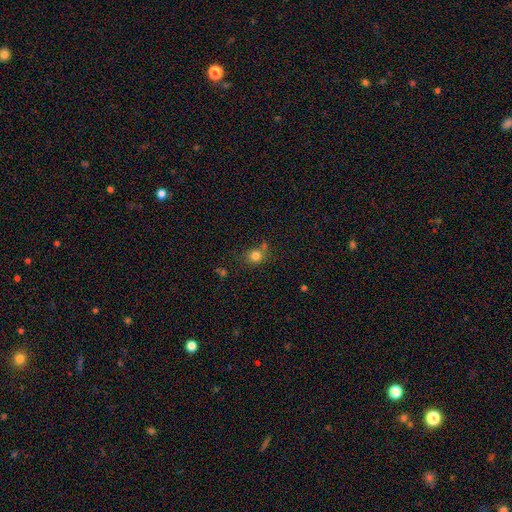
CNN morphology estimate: A smooth galaxy with no disk features (80%) that is round (78%). Merging: none (65%).